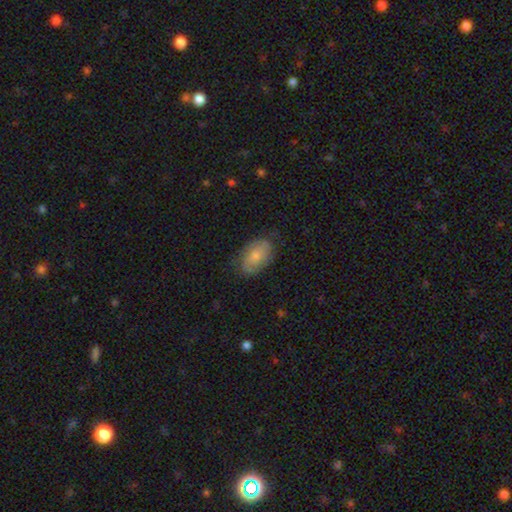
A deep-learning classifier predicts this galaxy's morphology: Q: Smooth or featured?
A: smooth (57%); runner-up: featured or disk (36%)
Q: How rounded?
A: in between (90%); runner-up: round (8%)
Q: Merging?
A: none (76%); runner-up: minor disturbance (19%)